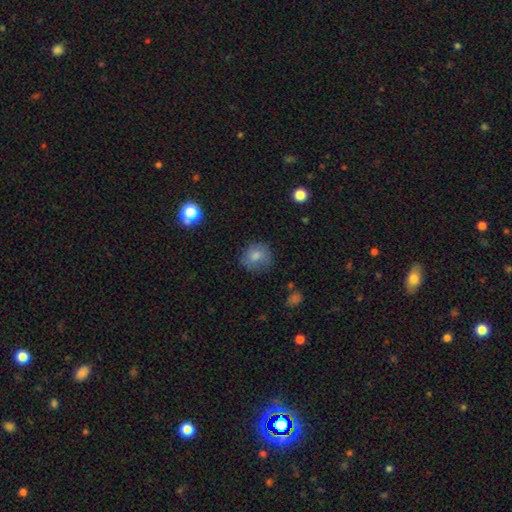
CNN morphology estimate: A smooth galaxy with no disk features (78%) that is round (82%). Merging: none (71%).